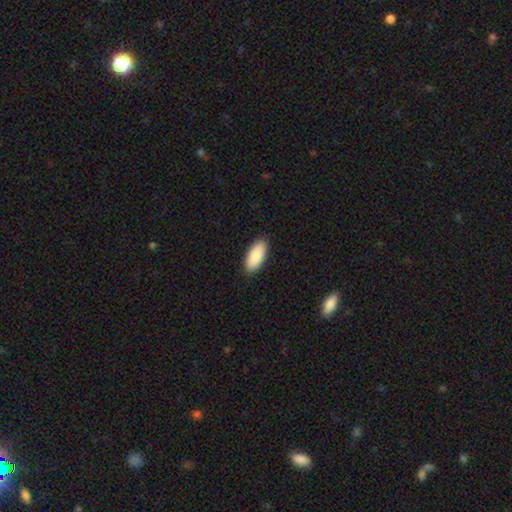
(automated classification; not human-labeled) A smooth galaxy with no disk features (90%) that is in between round and cigar-shaped (90%).

Vote fractions:
- Smooth or featured? smooth: 90% / star or artifact: 5% / featured or disk: 5%
- How rounded? in between: 90% / cigar-shaped: 8% / round: 2%
- Merging? none: 89% / minor disturbance: 8% / major disturbance: 2% / merger: 1%